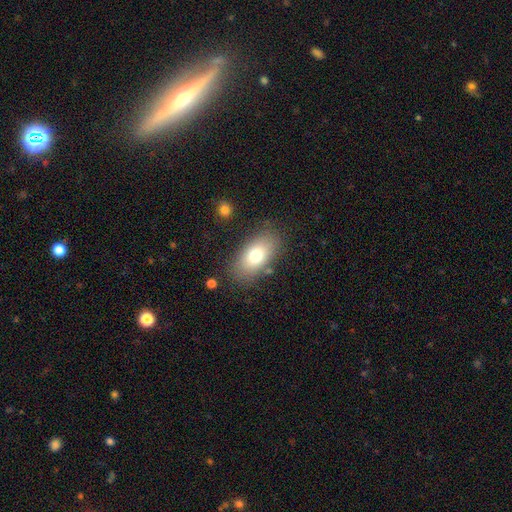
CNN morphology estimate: This appears to be a smooth galaxy with no disk features (74%) that is in between round and cigar-shaped (91%). Merging: none (80%).